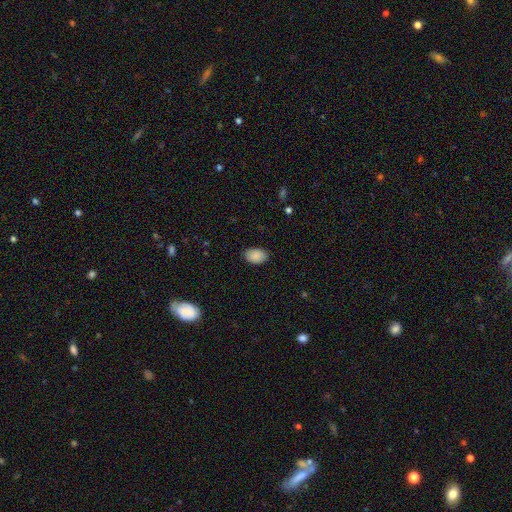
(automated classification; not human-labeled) A smooth galaxy with no disk features (89%) that is in between round and cigar-shaped (87%).

Vote fractions:
- Smooth or featured? smooth: 89% / star or artifact: 7% / featured or disk: 4%
- How rounded? in between: 87% / round: 12% / cigar-shaped: 1%
- Merging? none: 85% / minor disturbance: 11% / major disturbance: 2% / merger: 1%